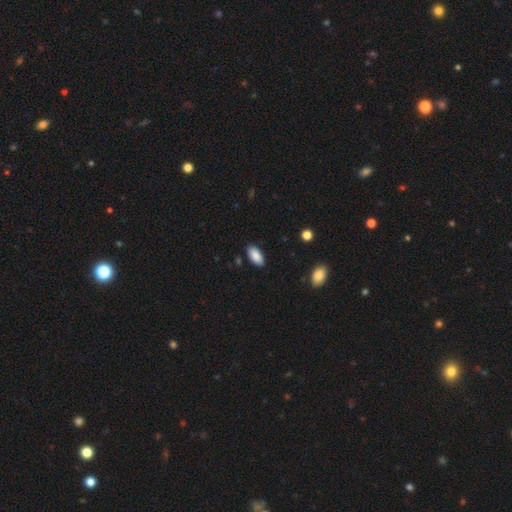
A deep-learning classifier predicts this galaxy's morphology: smooth-or-featured: smooth: 89% | star or artifact: 7% | featured or disk: 5%
  how-rounded: in between: 92% | cigar-shaped: 6% | round: 2%
  merging: none: 87% | minor disturbance: 10% | major disturbance: 2% | merger: 1%